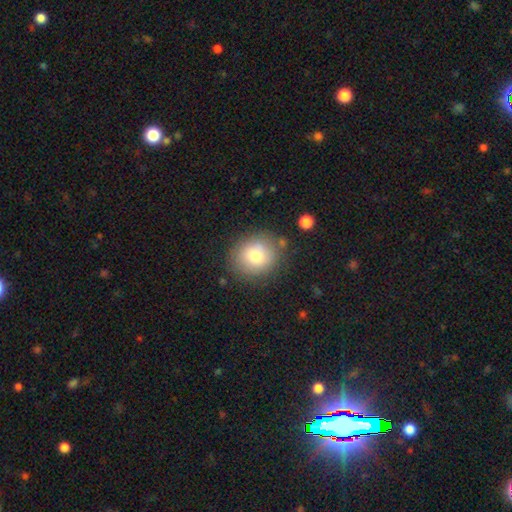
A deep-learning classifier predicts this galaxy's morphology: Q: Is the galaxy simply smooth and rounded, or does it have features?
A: smooth — 77%.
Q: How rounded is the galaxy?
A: round — 77%.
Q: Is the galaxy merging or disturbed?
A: none — 82%.